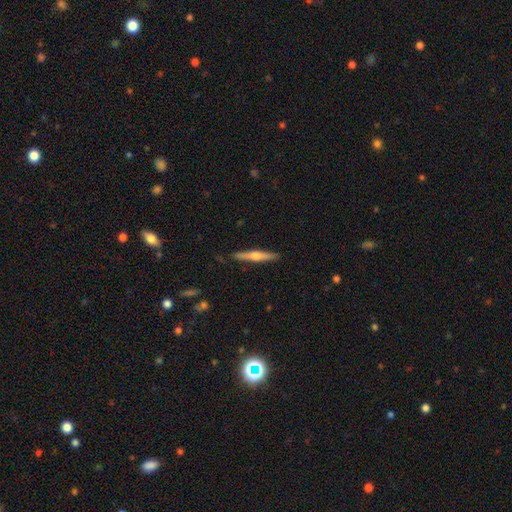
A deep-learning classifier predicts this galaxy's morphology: This appears to be a featured or disk galaxy (61%) viewed edge-on (97%) with a rounded central bulge (91%). Merging: none (89%).